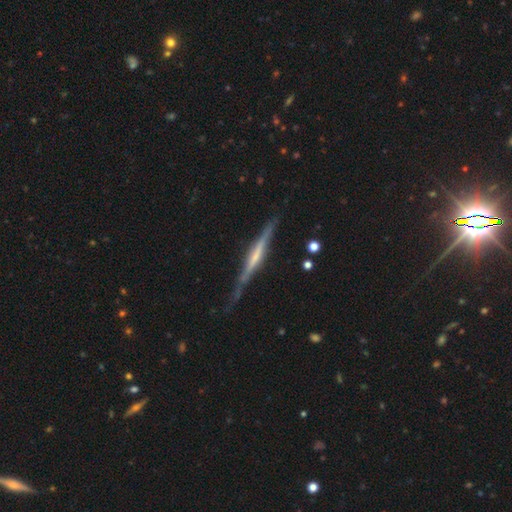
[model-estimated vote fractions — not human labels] smooth-or-featured: featured or disk: 74% | smooth: 21% | star or artifact: 5%
  disk-edge-on: yes: 97% | no: 3%
    edge-on-bulge: none: 43% | rounded: 32% | boxy: 25%
  merging: none: 74% | minor disturbance: 19% | major disturbance: 5% | merger: 2%